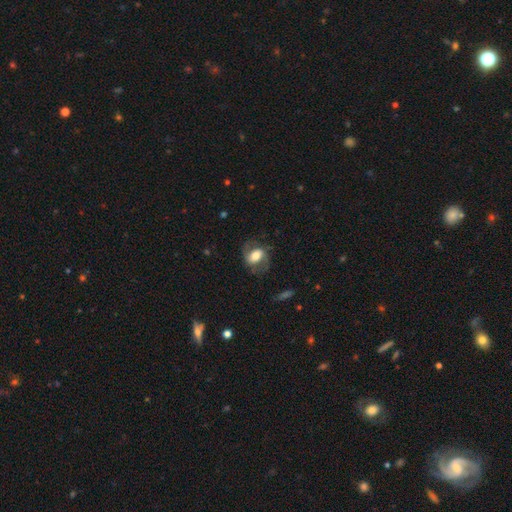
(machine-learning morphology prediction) Smooth or featured? featured or disk (58%)
Edge-on disk? no (96%)
Bar? weak (40%)
Spiral arms? yes (85%)
Bulge size? moderate (49%)
Merging? none (66%)